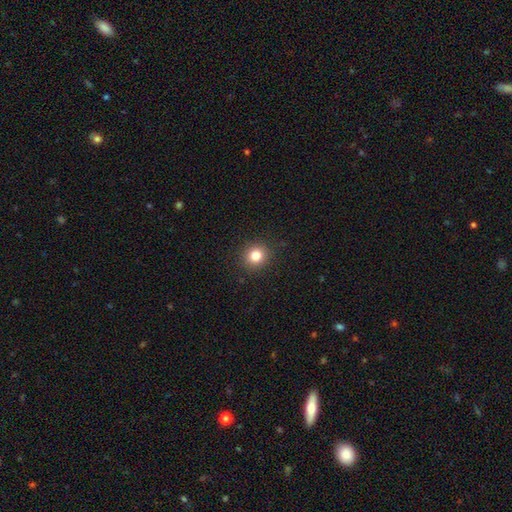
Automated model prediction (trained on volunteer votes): Overall: smooth (82%). How rounded: round (88%). Merging: none (91%).